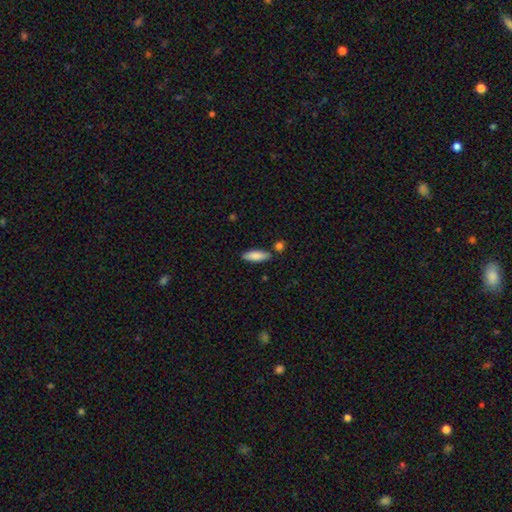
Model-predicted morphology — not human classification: Smooth or featured: smooth — 85% (featured or disk — 9%)
How rounded: in between — 59% (cigar-shaped — 39%)
Merging: none — 79% (minor disturbance — 11%)